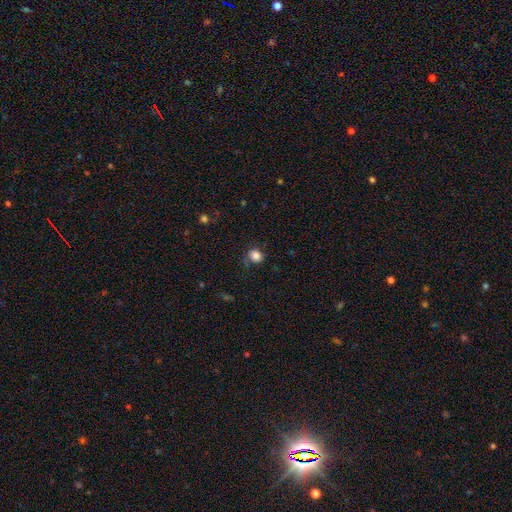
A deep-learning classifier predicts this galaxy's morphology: type=smooth (84%); roundness=round (69%); merging=none (71%).